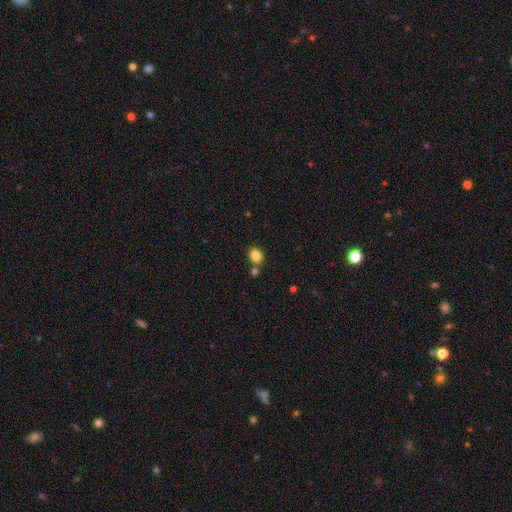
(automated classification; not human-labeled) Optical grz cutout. It shows a smooth galaxy with no disk features (84%) that is round (65%). Merging: none (69%).